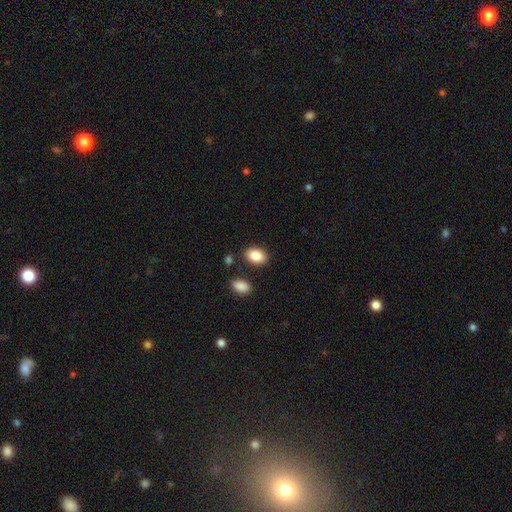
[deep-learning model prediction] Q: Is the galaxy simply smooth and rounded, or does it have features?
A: smooth — 88%.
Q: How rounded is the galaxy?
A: in between — 86%.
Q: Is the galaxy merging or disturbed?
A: none — 83%.